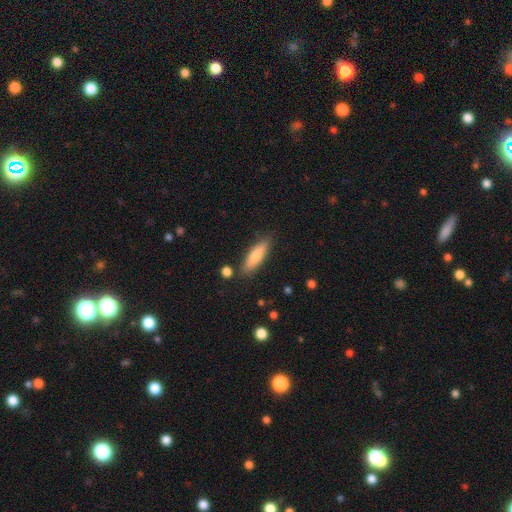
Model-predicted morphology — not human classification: Smooth or featured? Predicted: smooth (p=0.79). How rounded? Predicted: cigar-shaped (p=0.57). Merging? Predicted: none (p=0.83).